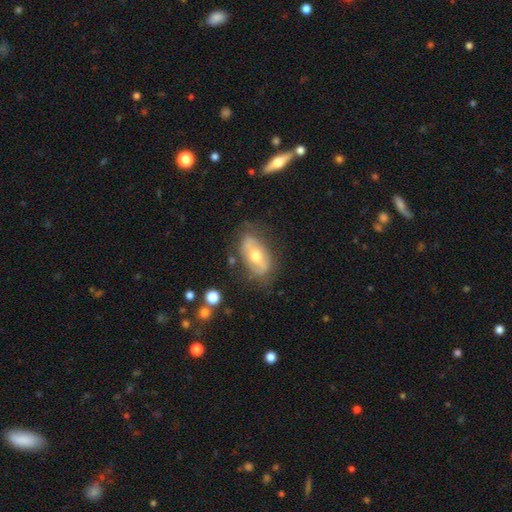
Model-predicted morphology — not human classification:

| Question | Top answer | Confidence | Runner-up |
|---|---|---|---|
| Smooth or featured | featured or disk | 53% | smooth (41%) |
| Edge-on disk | no | 86% | yes (14%) |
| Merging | none | 70% | minor disturbance (20%) |